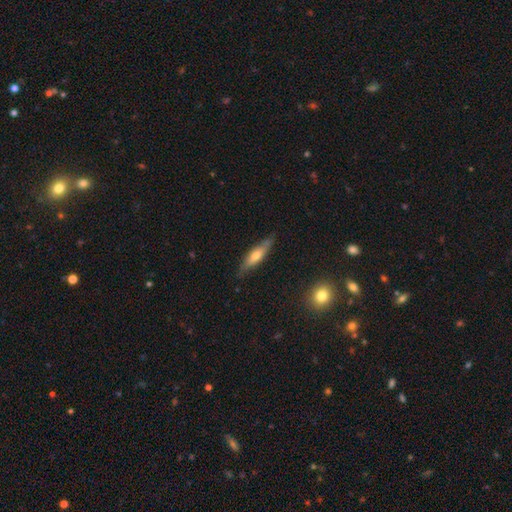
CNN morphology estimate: The model was most divided on "smooth or featured": featured or disk: 48%, smooth: 45%, star or artifact: 7%. More confident: merging — none (81%).